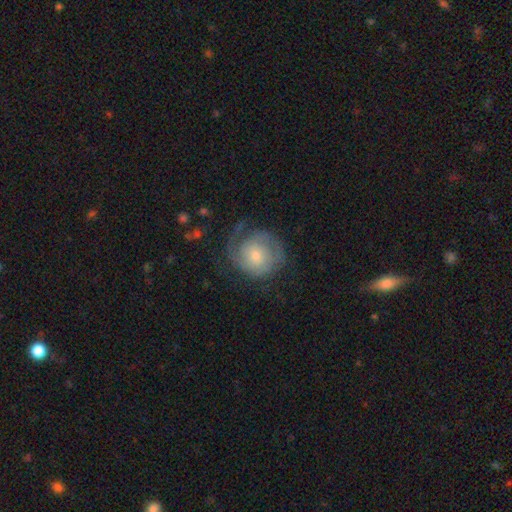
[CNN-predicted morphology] featured or disk 66%, smooth 27%, star or artifact 7%. Down the decision tree: edge-on disk — no (97%); bar — no (75%); spiral arms — yes (89%); spiral arm count — 2 (40%); spiral winding — tight (55%); bulge size — small (49%); merging — none (60%).